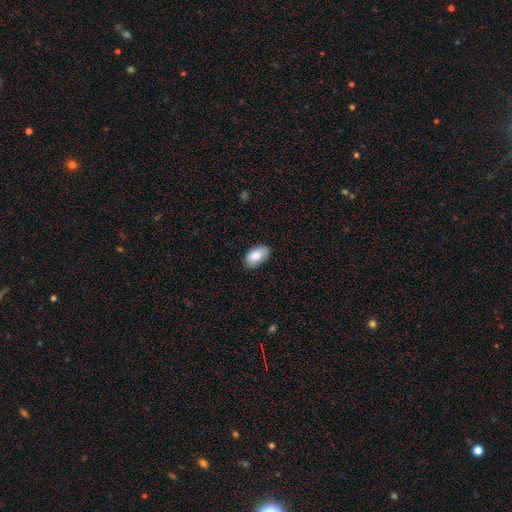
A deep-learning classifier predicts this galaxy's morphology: smooth_or_featured: smooth (p=0.82) [alt: featured or disk p=0.11]
how_rounded: in between (p=0.94) [alt: round p=0.04]
merging: none (p=0.81) [alt: minor disturbance p=0.15]